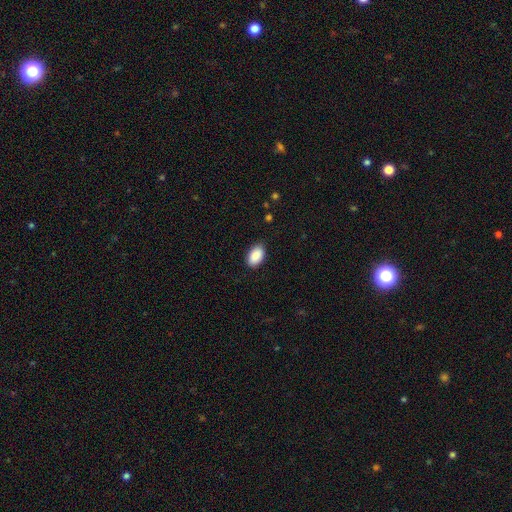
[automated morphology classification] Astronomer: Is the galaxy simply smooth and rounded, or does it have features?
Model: smooth — 90%.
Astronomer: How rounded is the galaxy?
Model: in between — 93%.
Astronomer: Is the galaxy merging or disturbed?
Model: none — 85%.